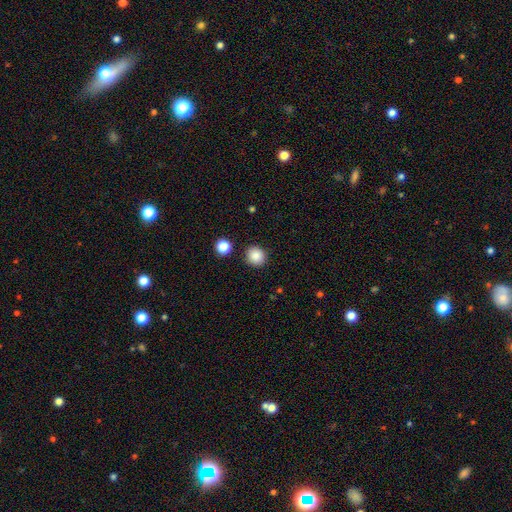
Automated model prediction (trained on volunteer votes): Smooth or featured?
  - smooth: 86% *
  - star or artifact: 10%
  - featured or disk: 4%
How rounded?
  - round: 91% *
  - in between: 8%
  - cigar-shaped: 1%
Merging?
  - none: 89% *
  - minor disturbance: 6%
  - merger: 2%
  - major disturbance: 2%